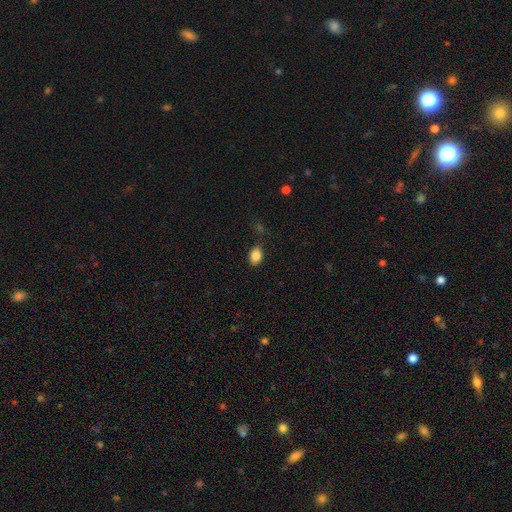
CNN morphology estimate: Smooth or featured?
  - smooth: 86% *
  - star or artifact: 9%
  - featured or disk: 5%
How rounded?
  - in between: 79% *
  - round: 20%
  - cigar-shaped: 1%
Merging?
  - none: 83% *
  - minor disturbance: 12%
  - major disturbance: 3%
  - merger: 2%